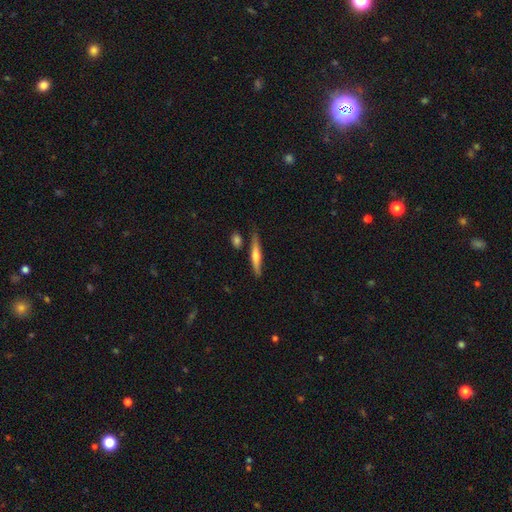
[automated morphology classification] Smooth or featured?
  - smooth: 48% *
  - featured or disk: 46%
  - star or artifact: 6%
Merging?
  - none: 79% *
  - minor disturbance: 12%
  - merger: 6%
  - major disturbance: 3%